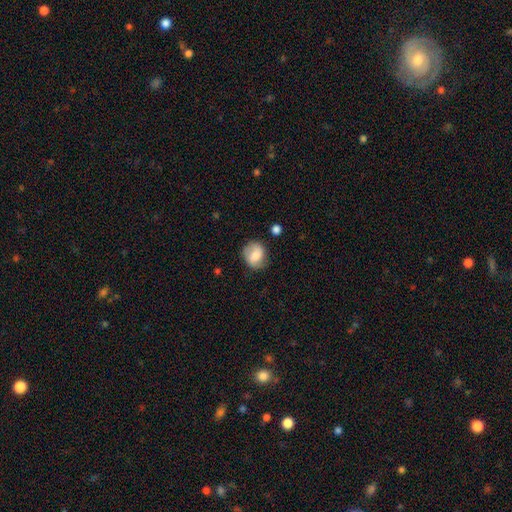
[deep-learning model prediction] The model was most divided on "smooth or featured": smooth: 64%, featured or disk: 28%, star or artifact: 8%. More confident: merging — none (72%); how rounded — round (67%).